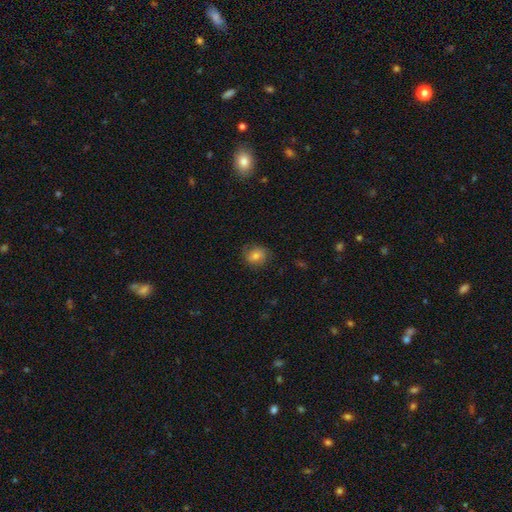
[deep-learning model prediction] Smooth or featured: smooth — 68% (featured or disk — 23%)
How rounded: round — 57% (in between — 42%)
Merging: none — 74% (minor disturbance — 18%)